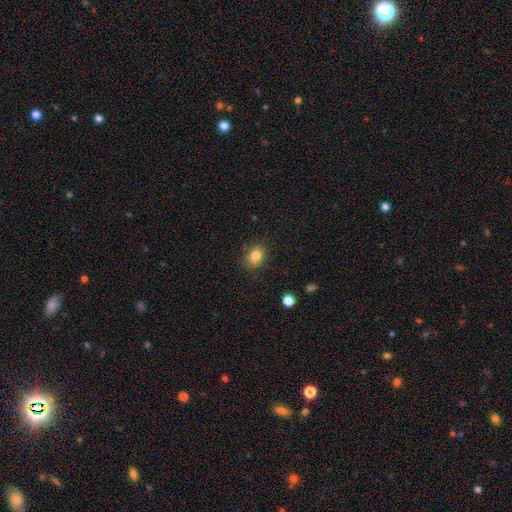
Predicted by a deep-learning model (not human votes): A smooth galaxy with no disk features (81%) that is in between round and cigar-shaped (50%). Merging: none (80%).